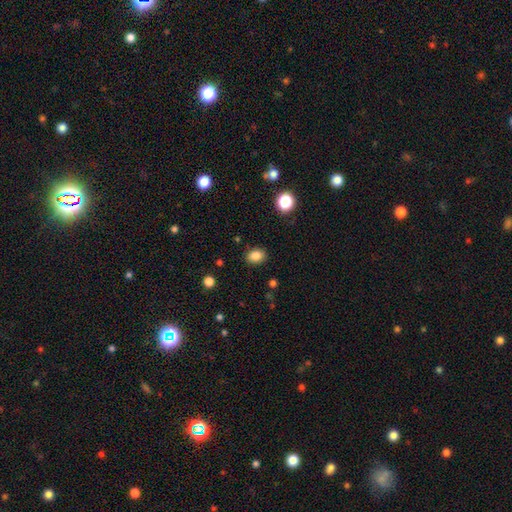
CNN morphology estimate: The model was most divided on "how rounded": in between: 66%, round: 33%, cigar-shaped: 1%. More confident: merging — none (87%); smooth or featured — smooth (85%).